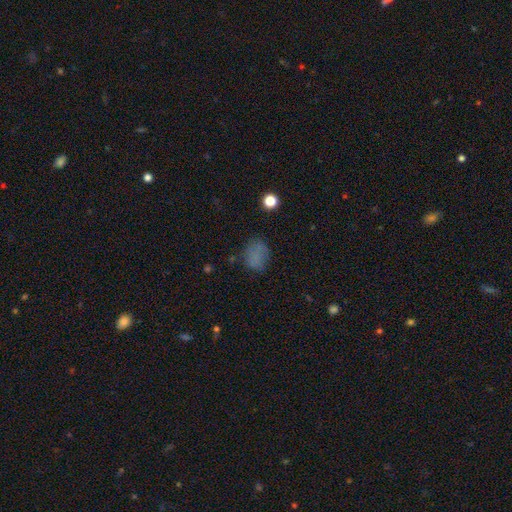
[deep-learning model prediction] Morphology: type=smooth (73%); roundness=in between (61%); merging=none (69%).